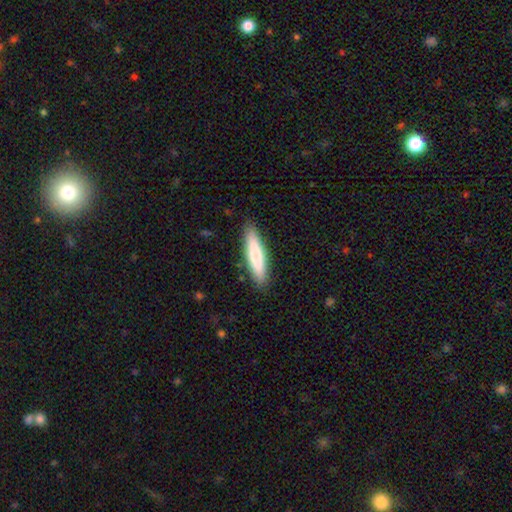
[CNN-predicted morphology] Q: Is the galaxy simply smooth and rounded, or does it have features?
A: smooth — 74%.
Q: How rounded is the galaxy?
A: cigar-shaped — 80%.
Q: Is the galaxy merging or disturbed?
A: none — 89%.